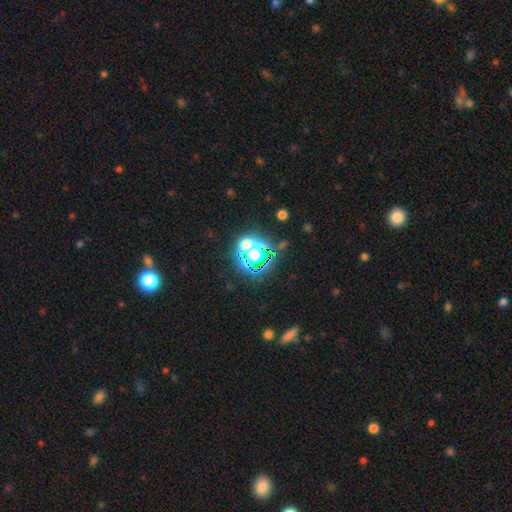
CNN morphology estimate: A star or artifact, not a galaxy (63%).